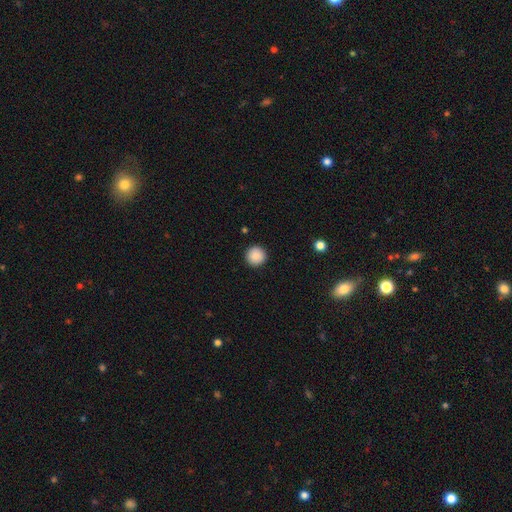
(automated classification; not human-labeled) Smooth or featured?
  - smooth: 89% *
  - star or artifact: 8%
  - featured or disk: 3%
How rounded?
  - round: 96% *
  - in between: 3%
  - cigar-shaped: 1%
Merging?
  - none: 93% *
  - minor disturbance: 5%
  - major disturbance: 2%
  - merger: 1%